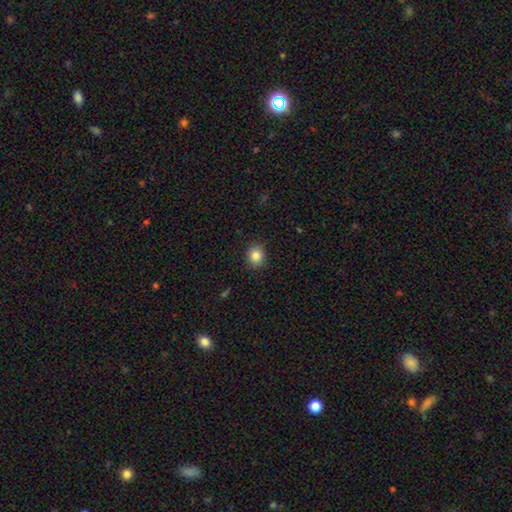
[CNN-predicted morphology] smooth-or-featured: smooth: 84% | star or artifact: 10% | featured or disk: 6%
  how-rounded: round: 67% | in between: 32% | cigar-shaped: 1%
  merging: none: 89% | minor disturbance: 8% | major disturbance: 2% | merger: 1%